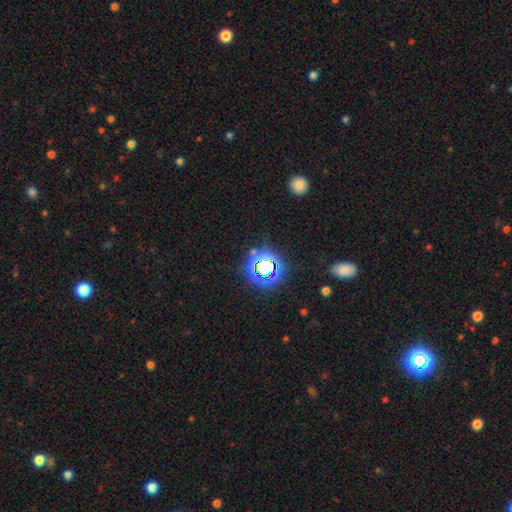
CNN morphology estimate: Smooth or featured: star or artifact — 74% (smooth — 16%)